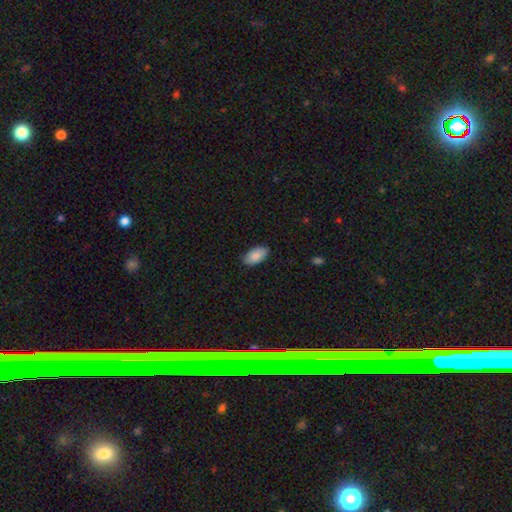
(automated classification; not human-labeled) A smooth galaxy with no disk features (88%) that is in between round and cigar-shaped (95%). Merging: none (84%).